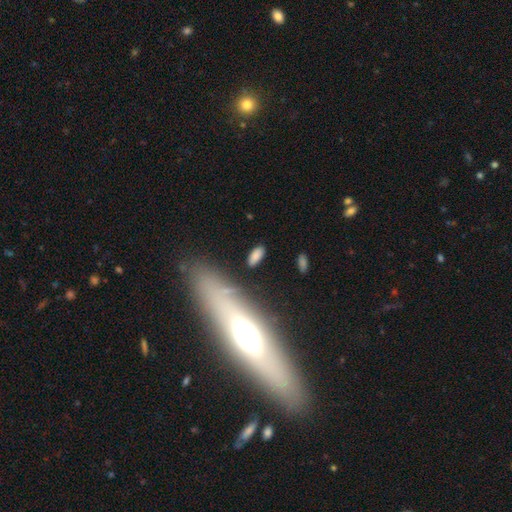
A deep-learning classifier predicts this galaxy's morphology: smooth_or_featured: smooth (p=0.82) [alt: featured or disk p=0.10]
how_rounded: in between (p=0.81) [alt: cigar-shaped p=0.16]
merging: none (p=0.82) [alt: minor disturbance p=0.11]